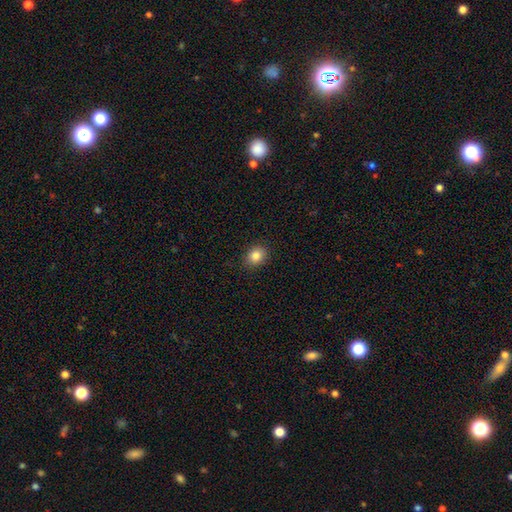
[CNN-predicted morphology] Overall: smooth (84%). How rounded: round (62%; in between 37%). Merging: none (90%).